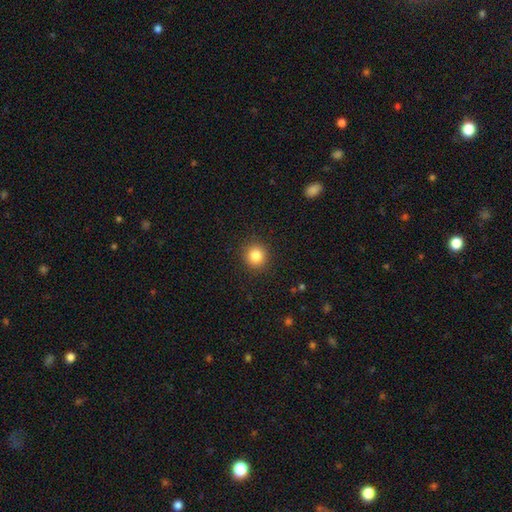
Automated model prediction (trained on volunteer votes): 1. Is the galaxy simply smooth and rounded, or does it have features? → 84% smooth, 10% star or artifact, 5% featured or disk.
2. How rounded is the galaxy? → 92% round, 7% in between, 1% cigar-shaped.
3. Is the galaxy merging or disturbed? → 91% none, 6% minor disturbance, 2% major disturbance, 1% merger.